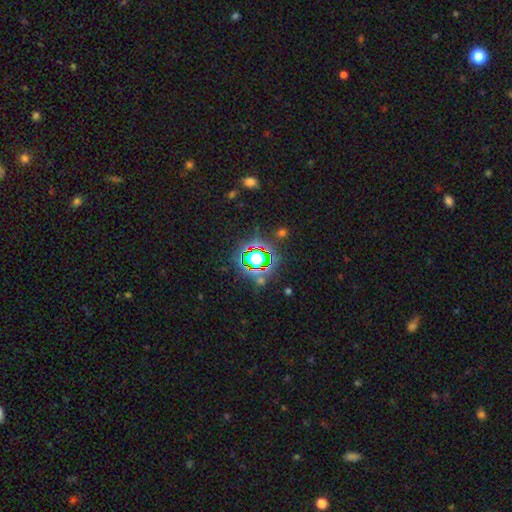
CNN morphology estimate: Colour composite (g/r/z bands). It shows a star or artifact, not a galaxy (75%).